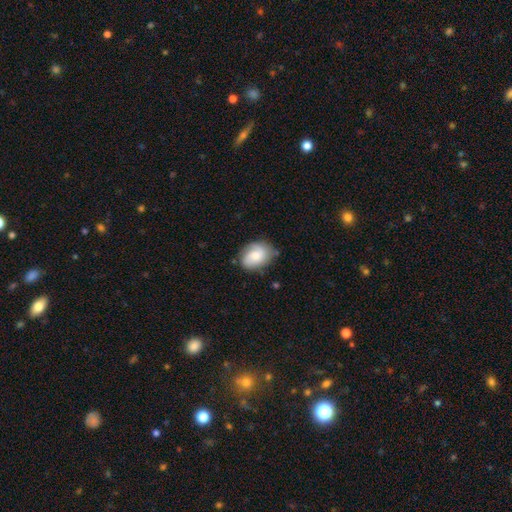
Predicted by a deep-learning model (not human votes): Overall: smooth (64%; featured or disk 29%). How rounded: in between (68%; round 30%). Merging: none (68%).